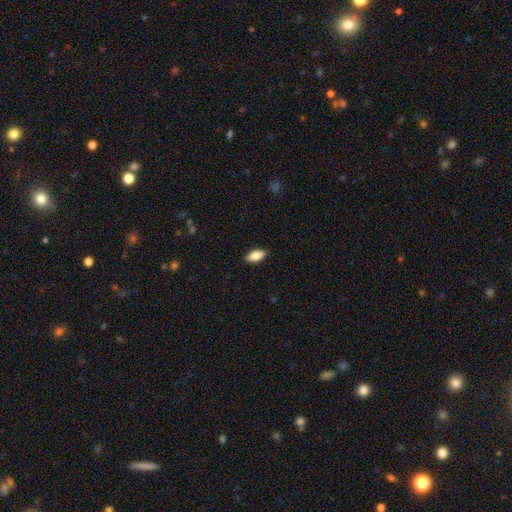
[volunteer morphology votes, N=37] Smooth or featured?
  - smooth: 78% *
  - featured or disk: 11%
  - star or artifact: 11%
How rounded?
  - in between: 86% *
  - cigar-shaped: 10%
  - round: 3%
Merging?
  - none: 88% *
  - minor disturbance: 12%
  - major disturbance: 0%
  - merger: 0%